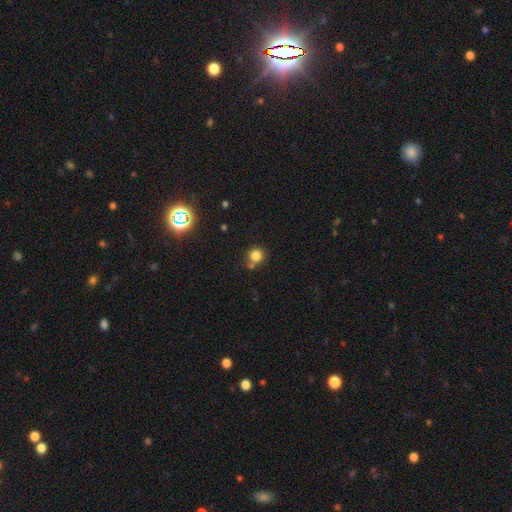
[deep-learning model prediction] A smooth galaxy with no disk features (80%) that is round (89%).

Vote fractions:
- Smooth or featured? smooth: 80% / star or artifact: 14% / featured or disk: 6%
- How rounded? round: 89% / in between: 10% / cigar-shaped: 1%
- Merging? none: 64% / merger: 17% / minor disturbance: 14% / major disturbance: 5%